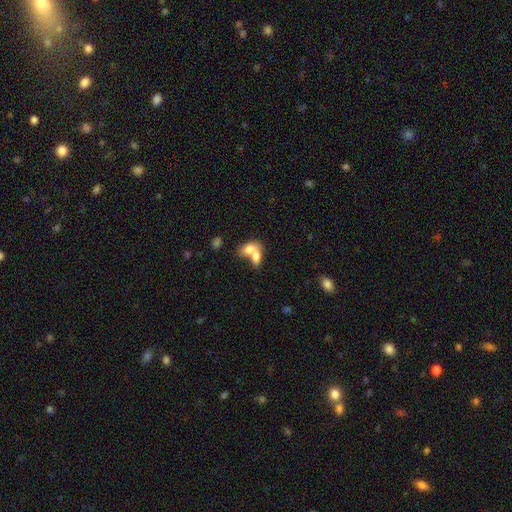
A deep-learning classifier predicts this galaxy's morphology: type=smooth (73%); roundness=in between (83%); merging=merger (74%).